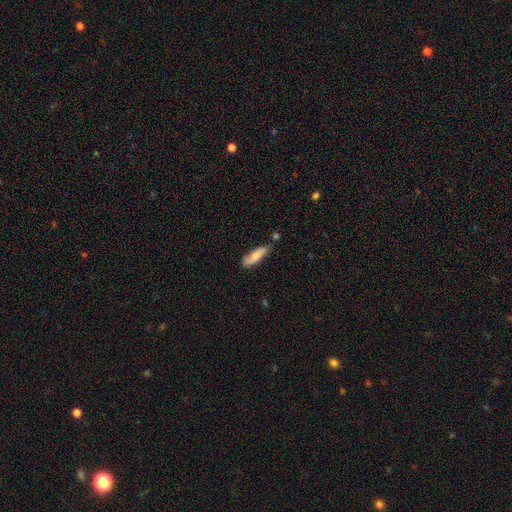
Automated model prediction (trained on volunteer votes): smooth 69%, featured or disk 25%, star or artifact 6%. Down the decision tree: how rounded — in between (54%); merging — none (63%).